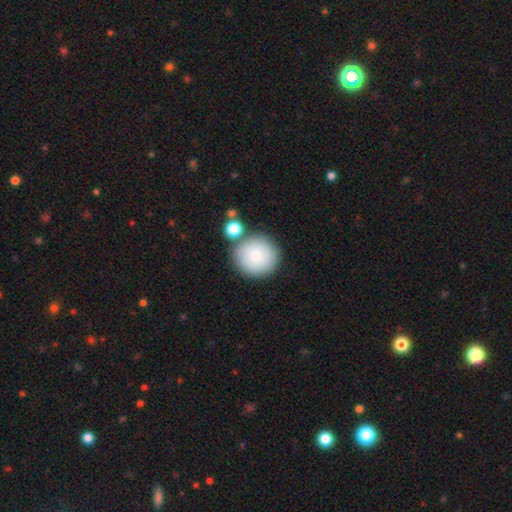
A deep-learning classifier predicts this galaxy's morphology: Smooth or featured? smooth (81%)
How rounded? round (92%)
Merging? none (74%)